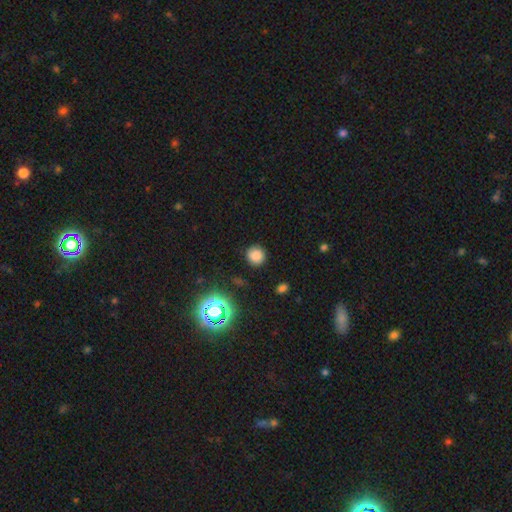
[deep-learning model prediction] Smooth or featured?
  - smooth: 77% *
  - star or artifact: 16%
  - featured or disk: 7%
How rounded?
  - round: 88% *
  - in between: 10%
  - cigar-shaped: 1%
Merging?
  - none: 85% *
  - minor disturbance: 10%
  - major disturbance: 3%
  - merger: 2%